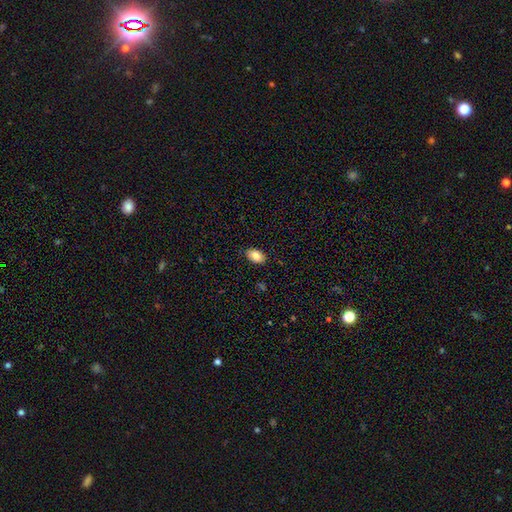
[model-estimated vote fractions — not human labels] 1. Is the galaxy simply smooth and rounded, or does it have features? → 83% smooth, 10% featured or disk, 8% star or artifact.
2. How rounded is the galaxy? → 91% in between, 8% round, 1% cigar-shaped.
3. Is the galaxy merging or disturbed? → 88% none, 9% minor disturbance, 2% major disturbance, 1% merger.